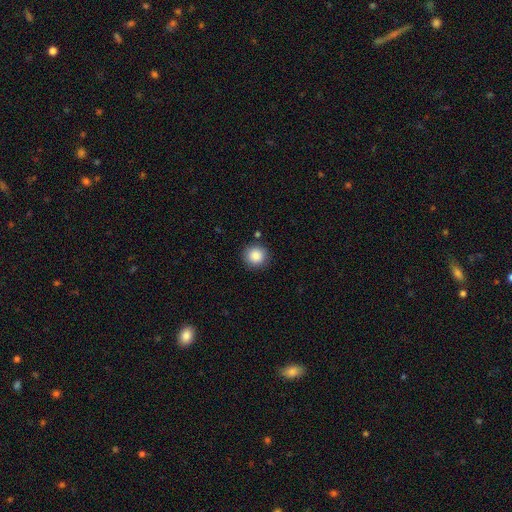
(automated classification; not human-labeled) This is clearly a smooth galaxy (87%). How rounded: clearly round (94%). Merging: clearly none (89%).